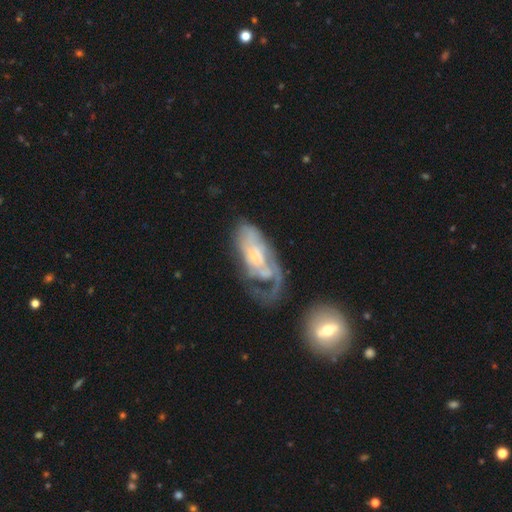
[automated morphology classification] The model was most divided on "merging": major disturbance: 43%, none: 25%, minor disturbance: 19%, merger: 13%. Remaining: edge-on disk — no (93%); bar — no (74%); smooth or featured — featured or disk (66%); spiral arms — yes (66%); bulge size — small (50%).